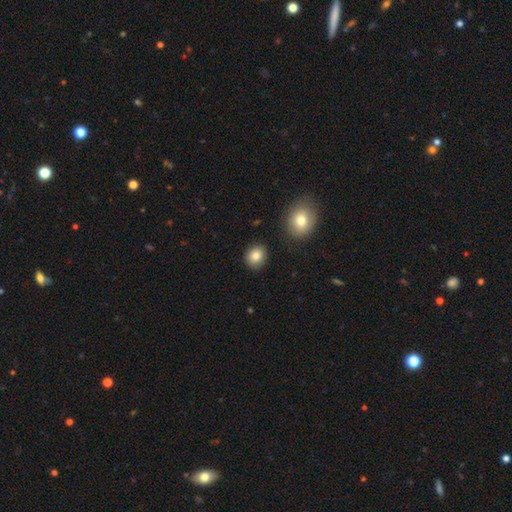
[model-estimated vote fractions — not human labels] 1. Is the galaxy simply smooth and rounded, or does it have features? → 85% smooth, 9% star or artifact, 7% featured or disk.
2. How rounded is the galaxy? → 70% round, 29% in between, 1% cigar-shaped.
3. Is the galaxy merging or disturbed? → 87% none, 8% minor disturbance, 3% merger, 2% major disturbance.